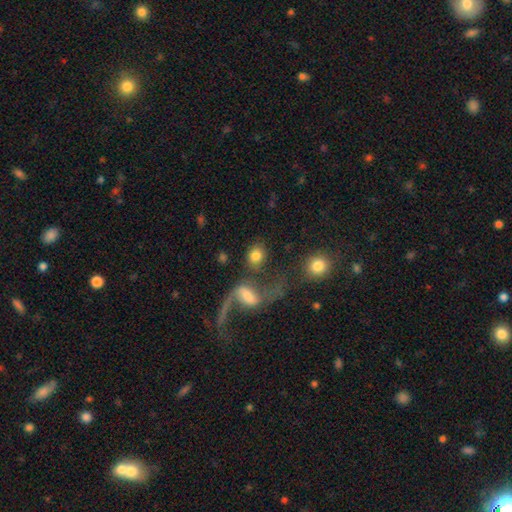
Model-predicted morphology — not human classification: This appears to be a smooth galaxy with no disk features (78%) that is round (55%). Merging: none (57%).